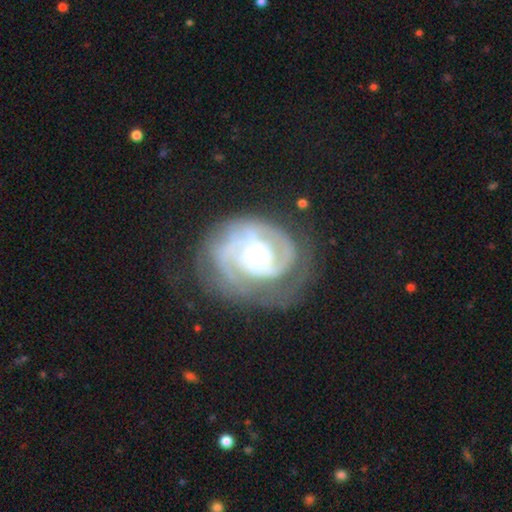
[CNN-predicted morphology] Q: Smooth or featured?
A: featured or disk (87%); runner-up: smooth (9%)
Q: Edge-on disk?
A: no (98%); runner-up: yes (2%)
Q: Bar?
A: no (63%); runner-up: weak (30%)
Q: Spiral arms?
A: yes (95%); runner-up: no (5%)
Q: Spiral winding?
A: tight (64%); runner-up: medium (29%)
Q: Spiral arm count?
A: 2 (31%); runner-up: can't tell (28%)
Q: Bulge size?
A: moderate (56%); runner-up: small (33%)
Q: Merging?
A: none (61%); runner-up: minor disturbance (21%)